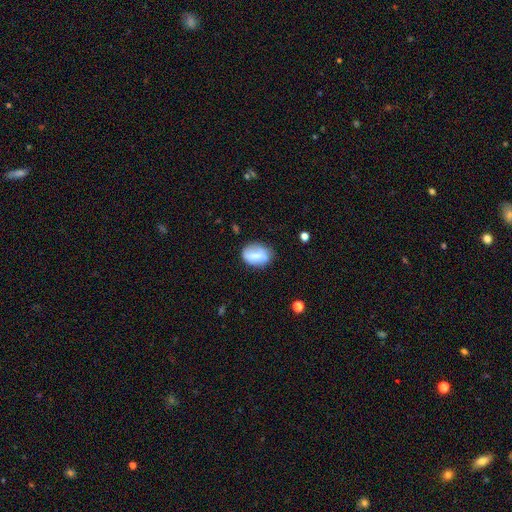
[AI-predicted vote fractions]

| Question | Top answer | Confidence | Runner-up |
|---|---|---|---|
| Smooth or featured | smooth | 66% | featured or disk (26%) |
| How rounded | in between | 77% | round (21%) |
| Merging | none | 65% | minor disturbance (24%) |